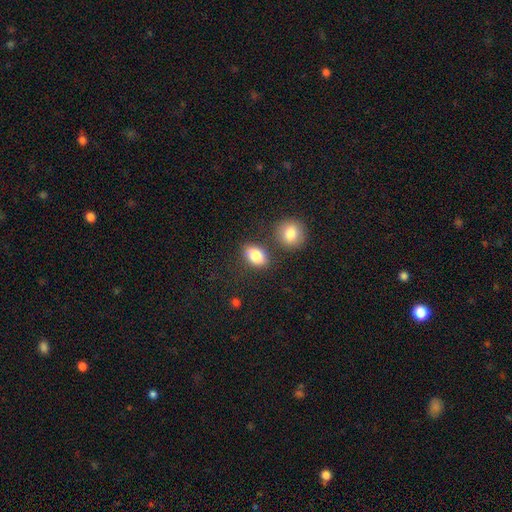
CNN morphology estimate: Q: Smooth or featured?
A: smooth (84%); runner-up: star or artifact (8%)
Q: How rounded?
A: in between (83%); runner-up: round (15%)
Q: Merging?
A: none (72%); runner-up: minor disturbance (13%)